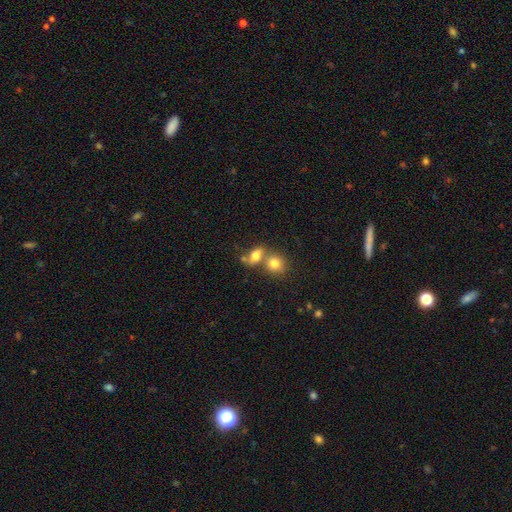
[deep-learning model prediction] Q: Smooth or featured?
A: smooth (75%); runner-up: featured or disk (15%)
Q: How rounded?
A: in between (66%); runner-up: round (30%)
Q: Merging?
A: merger (52%); runner-up: none (32%)